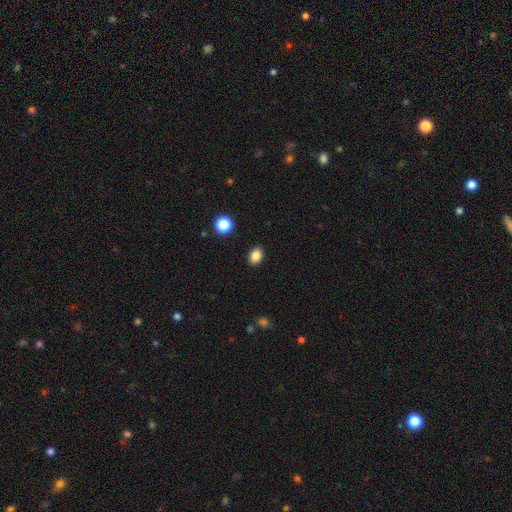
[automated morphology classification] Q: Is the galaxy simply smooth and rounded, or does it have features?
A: smooth — 86%.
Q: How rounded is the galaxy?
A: in between — 69%.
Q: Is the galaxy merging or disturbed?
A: none — 89%.